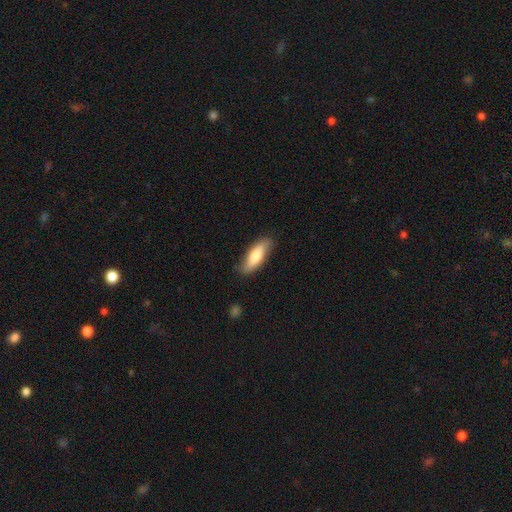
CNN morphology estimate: smooth 68%, featured or disk 26%, star or artifact 6%. Down the decision tree: how rounded — in between (56%); merging — none (79%).